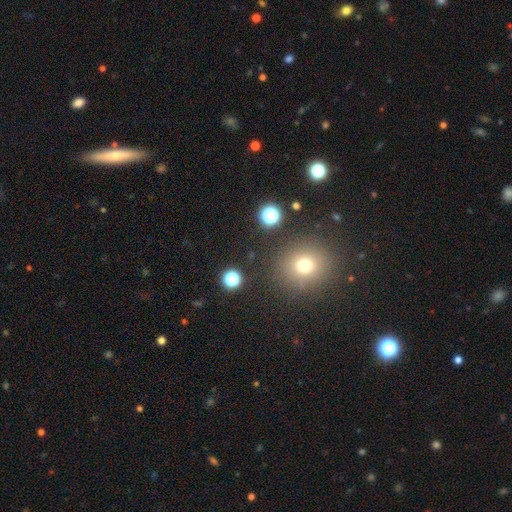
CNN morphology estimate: This appears to be a smooth galaxy with no disk features (53%) that is round (89%). Merging: none (88%).